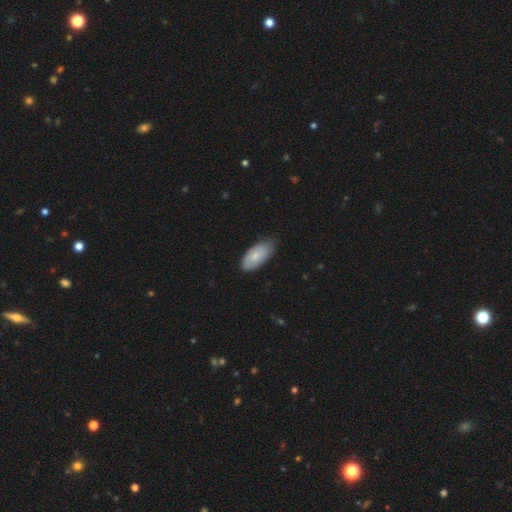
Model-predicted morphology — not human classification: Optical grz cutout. It shows a smooth galaxy with no disk features (77%) that is in between round and cigar-shaped (92%). Merging: none (74%).